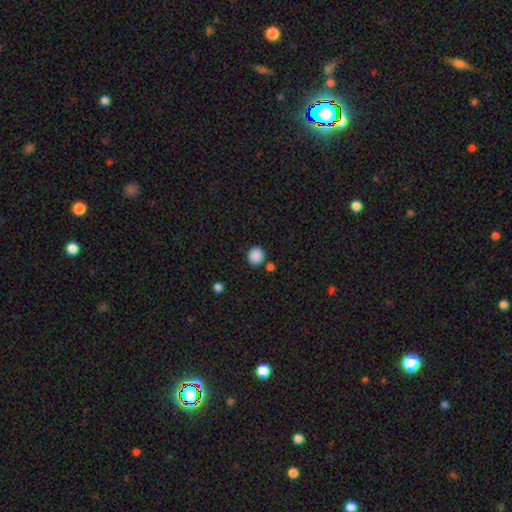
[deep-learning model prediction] A smooth galaxy with no disk features (88%) that is round (87%).

Vote fractions:
- Smooth or featured? smooth: 88% / star or artifact: 9% / featured or disk: 3%
- How rounded? round: 87% / in between: 12% / cigar-shaped: 1%
- Merging? none: 84% / minor disturbance: 8% / merger: 5% / major disturbance: 3%